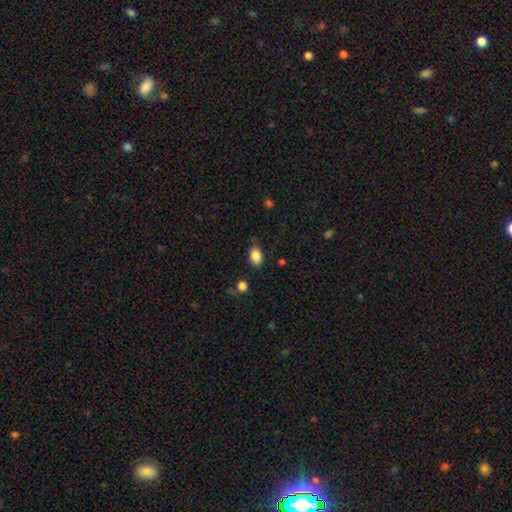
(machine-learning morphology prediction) smooth 86%, star or artifact 9%, featured or disk 5%. Down the decision tree: how rounded — in between (81%); merging — none (75%).